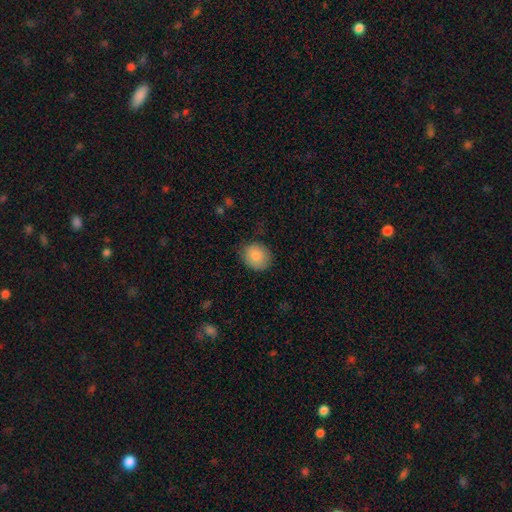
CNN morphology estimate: Smooth or featured: smooth — 86% (star or artifact — 8%)
How rounded: round — 69% (in between — 30%)
Merging: none — 79% (minor disturbance — 17%)